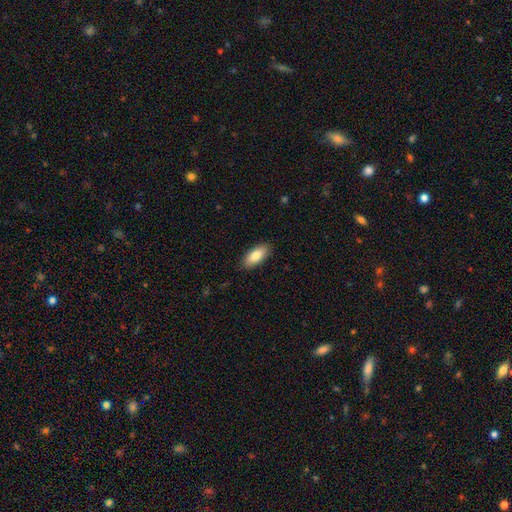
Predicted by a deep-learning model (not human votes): smooth_or_featured: smooth (p=0.83) [alt: featured or disk p=0.11]
how_rounded: in between (p=0.87) [alt: cigar-shaped p=0.11]
merging: none (p=0.88) [alt: minor disturbance p=0.09]